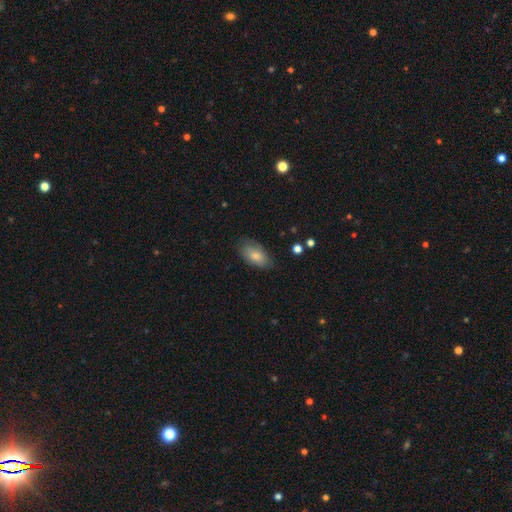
Q: Smooth or featured?
A: smooth (84%); runner-up: featured or disk (8%)
Q: How rounded?
A: in between (97%); runner-up: cigar-shaped (3%)
Q: Merging?
A: none (60%); runner-up: minor disturbance (20%)